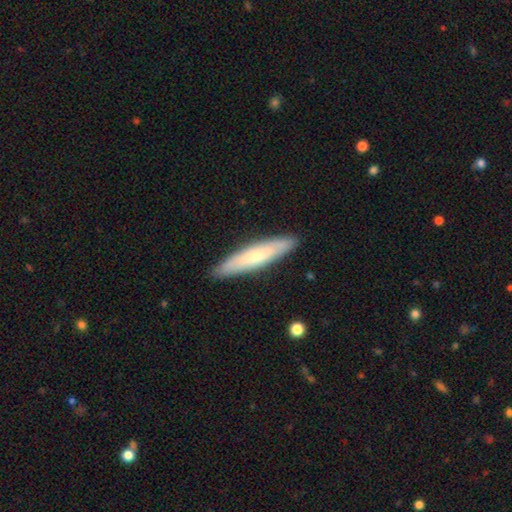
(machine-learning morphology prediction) type=smooth (63%); roundness=cigar-shaped (86%); merging=none (90%).